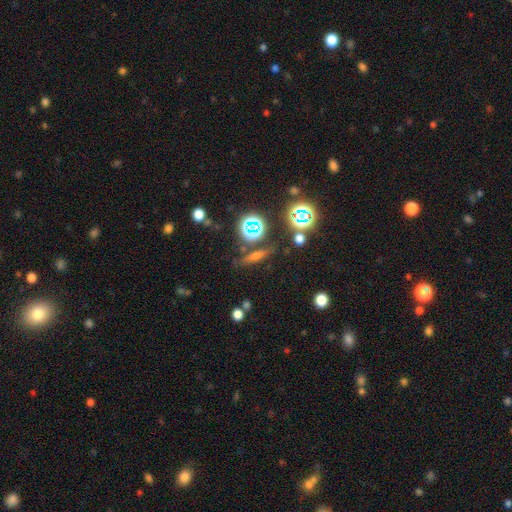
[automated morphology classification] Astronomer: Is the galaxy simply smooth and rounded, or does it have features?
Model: smooth — 48% (runner-up: star or artifact, 27%).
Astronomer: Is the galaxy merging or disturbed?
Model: none — 77%.